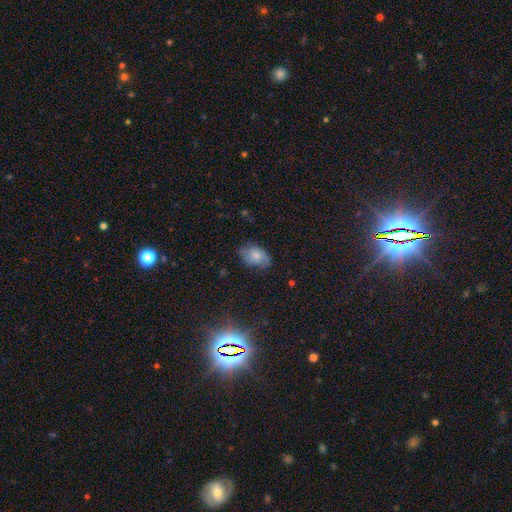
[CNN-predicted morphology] smooth-or-featured: smooth: 54% | featured or disk: 37% | star or artifact: 9%
  how-rounded: in between: 82% | round: 17% | cigar-shaped: 1%
  merging: none: 66% | minor disturbance: 25% | major disturbance: 8% | merger: 1%